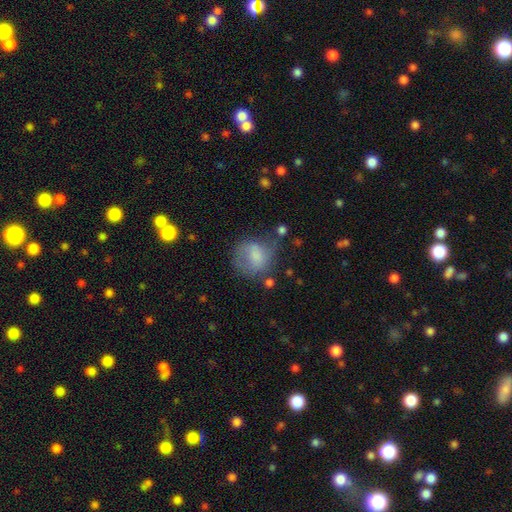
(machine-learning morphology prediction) Smooth or featured?
  - smooth: 69% *
  - featured or disk: 21%
  - star or artifact: 9%
How rounded?
  - round: 68% *
  - in between: 31%
  - cigar-shaped: 1%
Merging?
  - none: 43% *
  - minor disturbance: 28%
  - major disturbance: 24%
  - merger: 5%